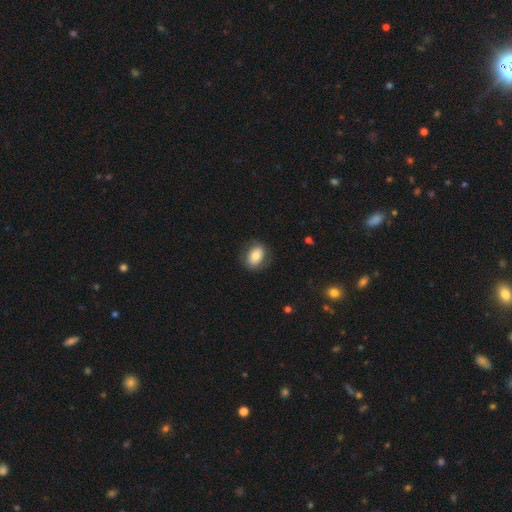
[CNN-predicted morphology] This is likely a smooth galaxy (76%). How rounded: likely in between (75%). Merging: likely none (79%).